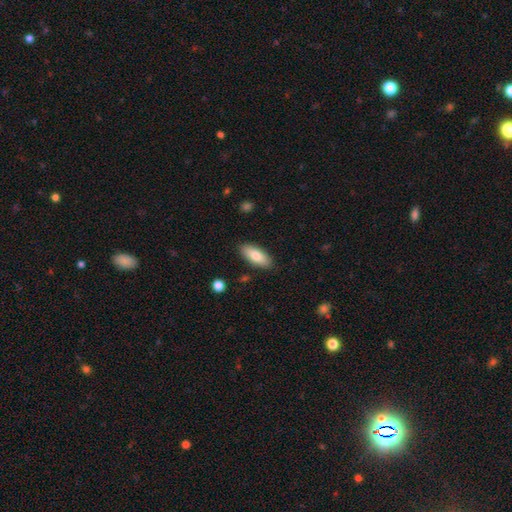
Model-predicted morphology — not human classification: A smooth galaxy with no disk features (81%) that is in between round and cigar-shaped (80%). Merging: none (87%).